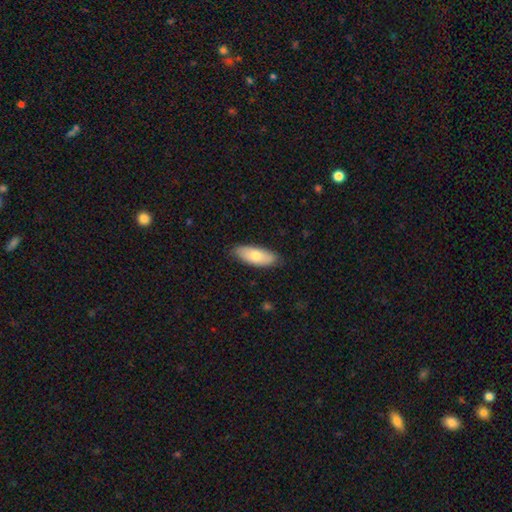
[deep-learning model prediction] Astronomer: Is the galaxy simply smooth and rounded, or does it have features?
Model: smooth — 73%.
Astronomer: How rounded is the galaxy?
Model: in between — 79%.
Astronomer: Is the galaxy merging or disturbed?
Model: none — 82%.